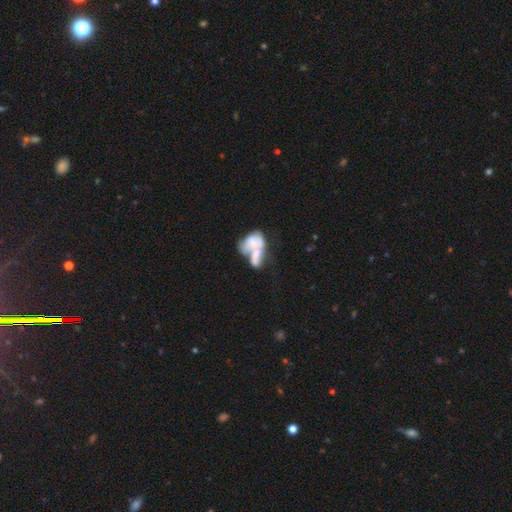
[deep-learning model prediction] Smooth or featured?
  - featured or disk: 49% *
  - smooth: 42%
  - star or artifact: 9%
Merging?
  - merger: 69% *
  - major disturbance: 13%
  - none: 10%
  - minor disturbance: 7%